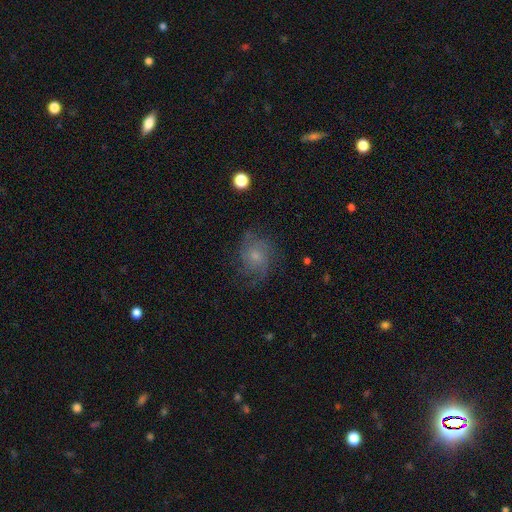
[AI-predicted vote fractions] Morphology: type=featured or disk (56%); edge-on=no (97%); bar=no (75%); spiral arms=yes (84%); bulge=small (50%); merging=none (66%).